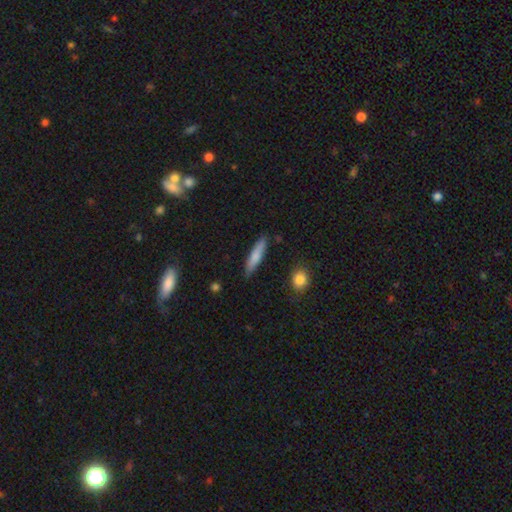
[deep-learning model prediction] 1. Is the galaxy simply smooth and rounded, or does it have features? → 75% smooth, 19% featured or disk, 6% star or artifact.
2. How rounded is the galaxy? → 82% cigar-shaped, 16% in between, 2% round.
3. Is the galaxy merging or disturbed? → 84% none, 12% minor disturbance, 2% major disturbance, 2% merger.